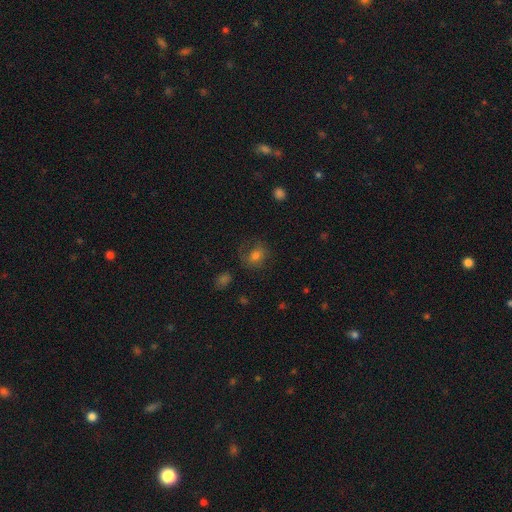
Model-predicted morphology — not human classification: This is likely a smooth galaxy (71%). How rounded: possibly round (59%). Merging: likely none (62%).